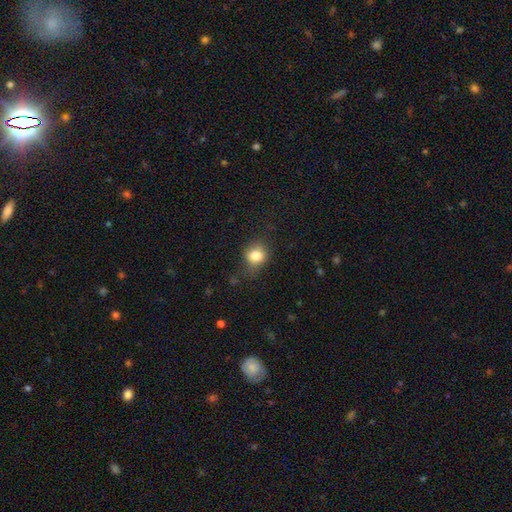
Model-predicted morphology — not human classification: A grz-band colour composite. It shows a smooth galaxy with no disk features (81%) that is round (67%). Merging: none (68%).